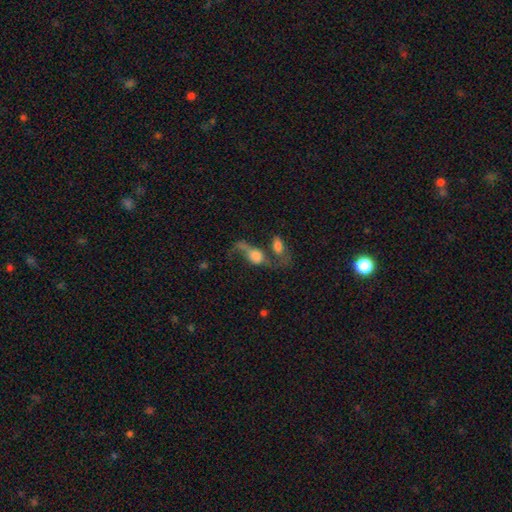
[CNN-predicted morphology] smooth_or_featured: featured or disk (p=0.48) [alt: smooth p=0.41]
merging: merger (p=0.45) [alt: major disturbance p=0.26]